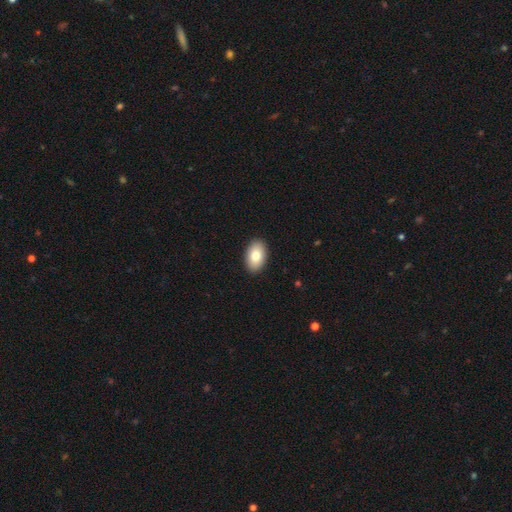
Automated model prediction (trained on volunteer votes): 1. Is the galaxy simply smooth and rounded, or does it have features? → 82% smooth, 11% featured or disk, 7% star or artifact.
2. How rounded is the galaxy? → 92% in between, 7% round, 1% cigar-shaped.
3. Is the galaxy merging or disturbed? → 91% none, 7% minor disturbance, 2% major disturbance, 1% merger.